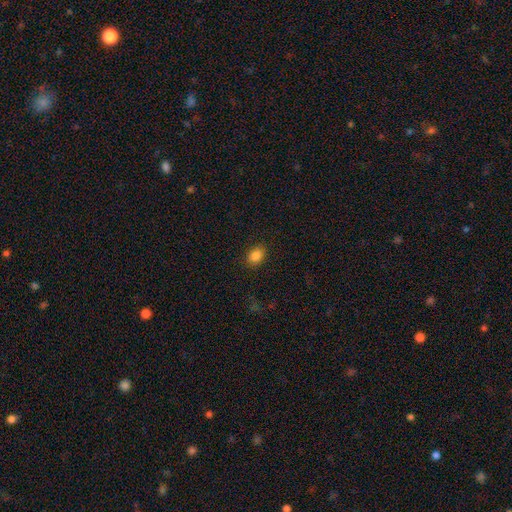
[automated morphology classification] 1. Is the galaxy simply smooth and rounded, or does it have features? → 85% smooth, 10% star or artifact, 4% featured or disk.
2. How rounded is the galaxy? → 68% in between, 31% round, 1% cigar-shaped.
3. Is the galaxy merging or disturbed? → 87% none, 9% minor disturbance, 2% major disturbance, 1% merger.